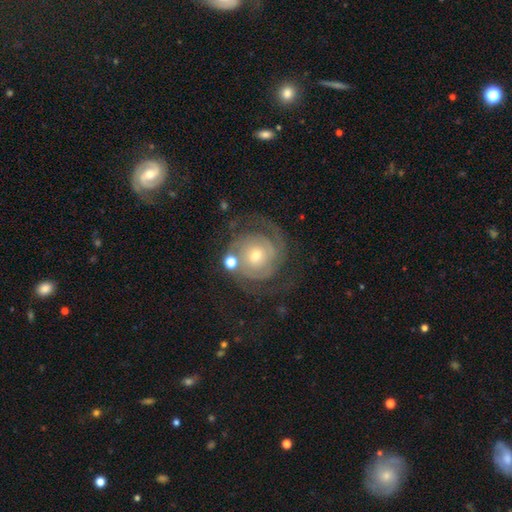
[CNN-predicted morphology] Overall: featured or disk (85%). Edge-on disk: no (98%). Bar: no (72%). Spiral arms: yes (96%). Spiral arm count: 2 (68%). Spiral winding: tight (65%; medium 27%). Bulge size: small (52%; moderate 43%). Merging: none (68%).